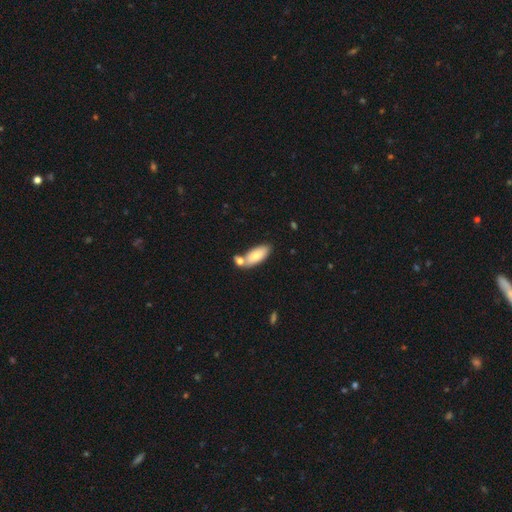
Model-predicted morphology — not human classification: Q: Smooth or featured?
A: smooth (77%); runner-up: featured or disk (17%)
Q: How rounded?
A: in between (84%); runner-up: cigar-shaped (14%)
Q: Merging?
A: none (58%); runner-up: merger (26%)